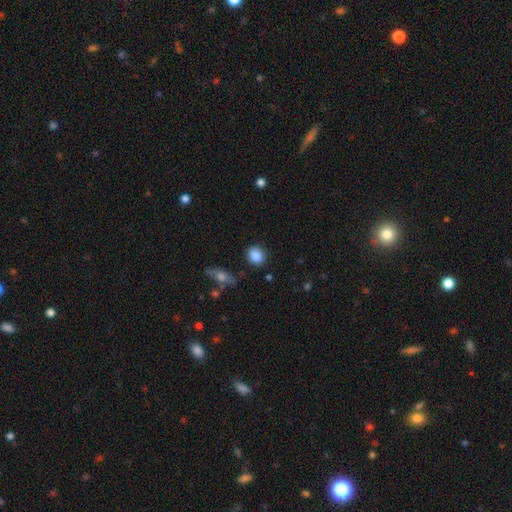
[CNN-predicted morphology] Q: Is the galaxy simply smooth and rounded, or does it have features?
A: smooth — 87%.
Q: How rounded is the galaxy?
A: round — 62%.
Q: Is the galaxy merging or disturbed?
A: none — 83%.